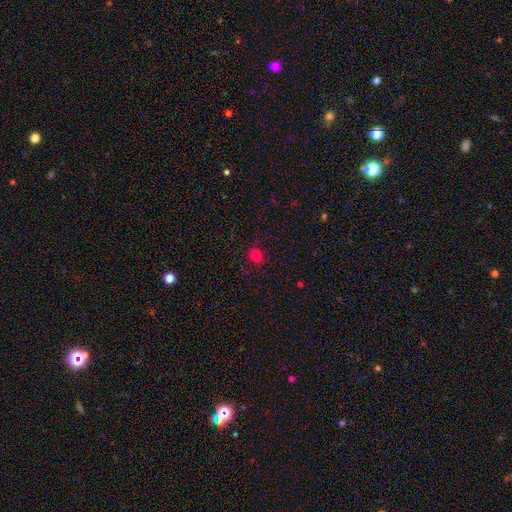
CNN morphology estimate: A smooth galaxy with no disk features (79%) that is round (81%). Merging: none (86%).